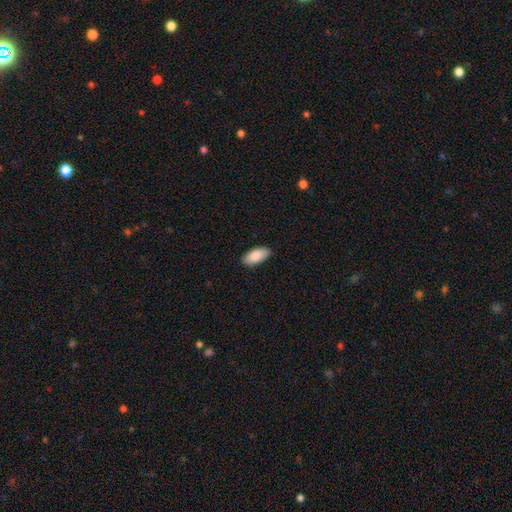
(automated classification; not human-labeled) Smooth or featured: smooth — 89% (featured or disk — 6%)
How rounded: in between — 92% (cigar-shaped — 6%)
Merging: none — 87% (minor disturbance — 10%)